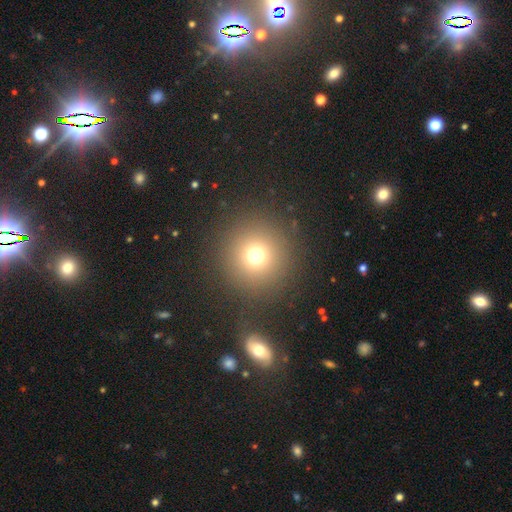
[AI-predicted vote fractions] A smooth galaxy with no disk features (70%) that is round (96%). Merging: none (88%).